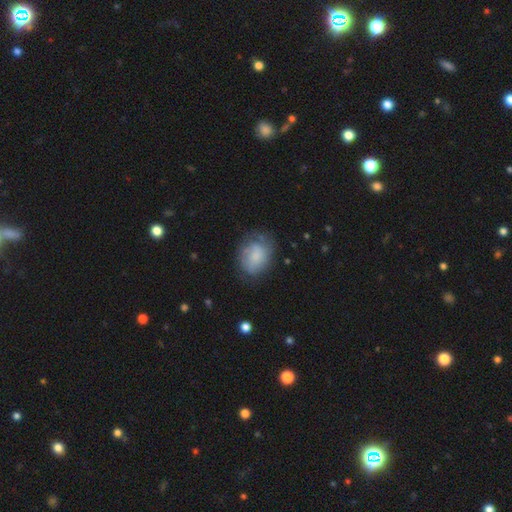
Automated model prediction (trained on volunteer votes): Q: Smooth or featured?
A: smooth (61%); runner-up: featured or disk (31%)
Q: How rounded?
A: in between (62%); runner-up: round (37%)
Q: Merging?
A: none (58%); runner-up: minor disturbance (27%)